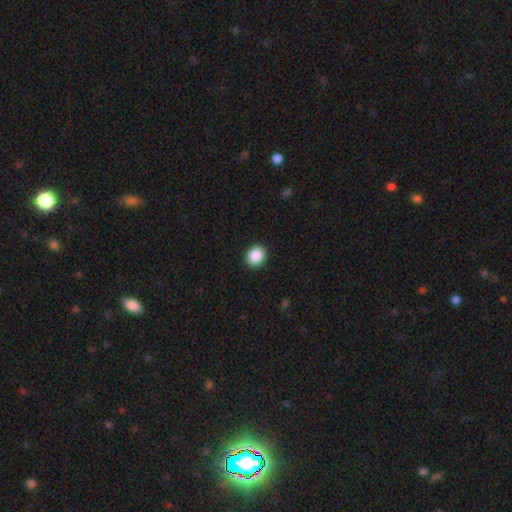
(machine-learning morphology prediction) smooth 89%, star or artifact 8%, featured or disk 3%. Down the decision tree: how rounded — round (66%); merging — none (91%).